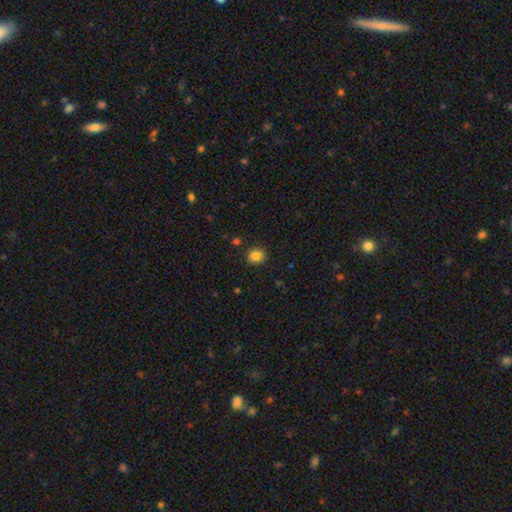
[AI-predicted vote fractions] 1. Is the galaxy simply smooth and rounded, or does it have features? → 84% smooth, 11% star or artifact, 5% featured or disk.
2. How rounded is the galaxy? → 82% round, 17% in between, 1% cigar-shaped.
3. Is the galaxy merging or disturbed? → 89% none, 7% minor disturbance, 2% major disturbance, 2% merger.